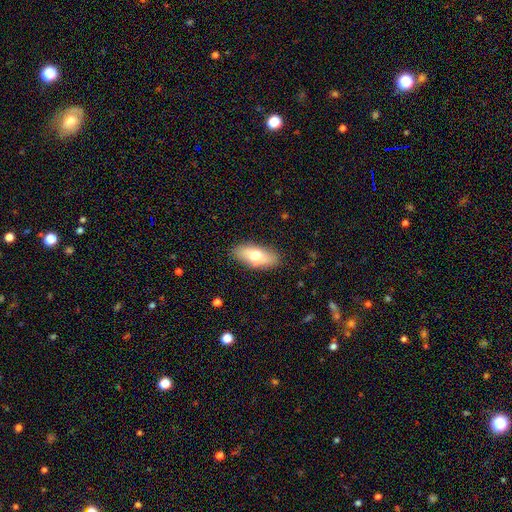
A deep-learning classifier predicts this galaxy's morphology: The model was most divided on "smooth or featured": smooth: 69%, featured or disk: 24%, star or artifact: 6%. More confident: merging — none (87%); how rounded — in between (80%).